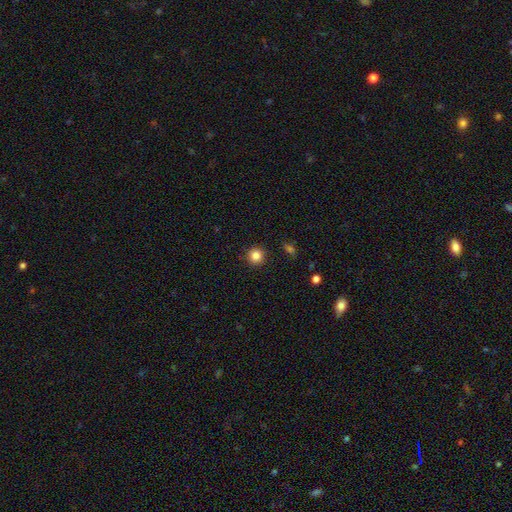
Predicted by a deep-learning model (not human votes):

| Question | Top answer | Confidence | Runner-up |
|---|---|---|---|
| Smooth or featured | smooth | 84% | star or artifact (11%) |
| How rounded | round | 95% | in between (4%) |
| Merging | none | 91% | minor disturbance (6%) |